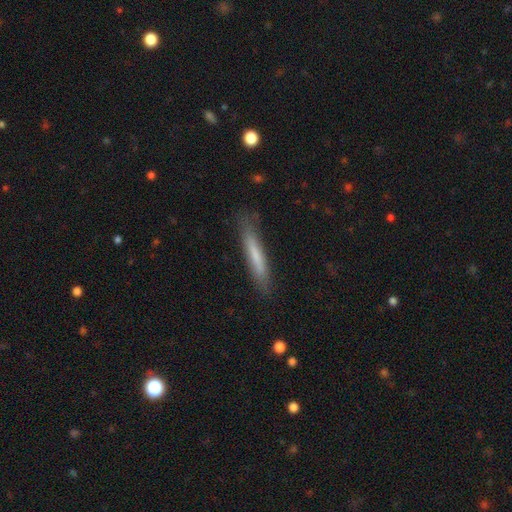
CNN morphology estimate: smooth_or_featured: smooth (p=0.67) [alt: featured or disk p=0.27]
how_rounded: cigar-shaped (p=0.93) [alt: in between p=0.06]
merging: none (p=0.82) [alt: minor disturbance p=0.14]